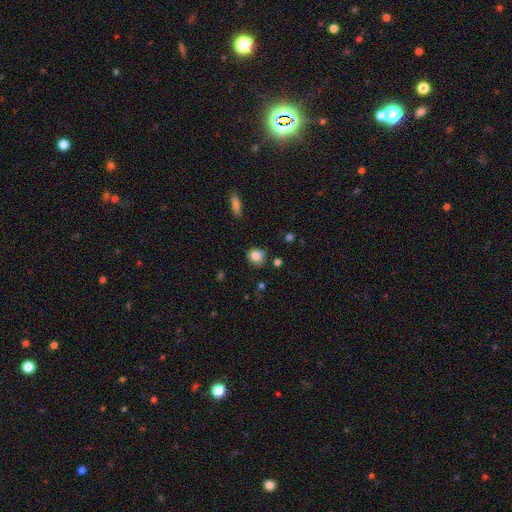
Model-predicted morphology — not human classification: A smooth galaxy with no disk features (82%) that is round (68%).

Vote fractions:
- Smooth or featured? smooth: 82% / star or artifact: 10% / featured or disk: 8%
- How rounded? round: 68% / in between: 31% / cigar-shaped: 1%
- Merging? none: 71% / minor disturbance: 21% / major disturbance: 4% / merger: 3%